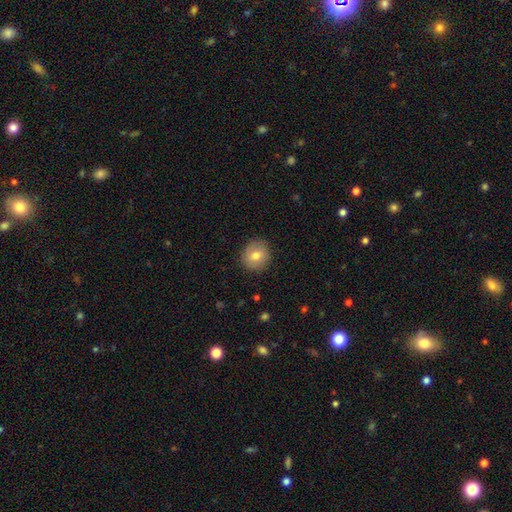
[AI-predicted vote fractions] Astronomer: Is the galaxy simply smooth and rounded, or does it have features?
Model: smooth — 73%.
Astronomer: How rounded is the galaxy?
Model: round — 85%.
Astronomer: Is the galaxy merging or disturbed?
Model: none — 87%.